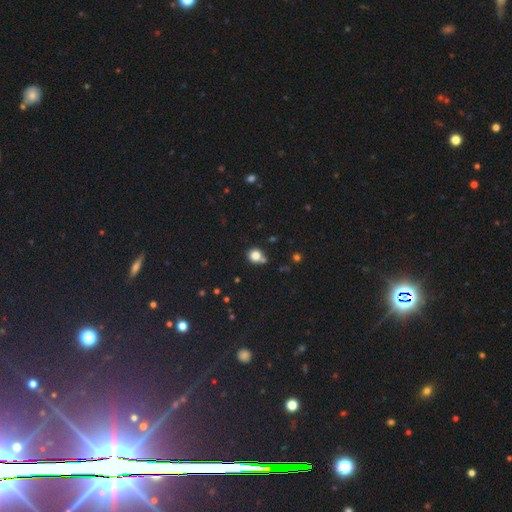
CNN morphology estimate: smooth-or-featured: smooth: 81% | star or artifact: 12% | featured or disk: 6%
  how-rounded: round: 84% | in between: 15% | cigar-shaped: 1%
  merging: none: 64% | merger: 19% | minor disturbance: 13% | major disturbance: 4%